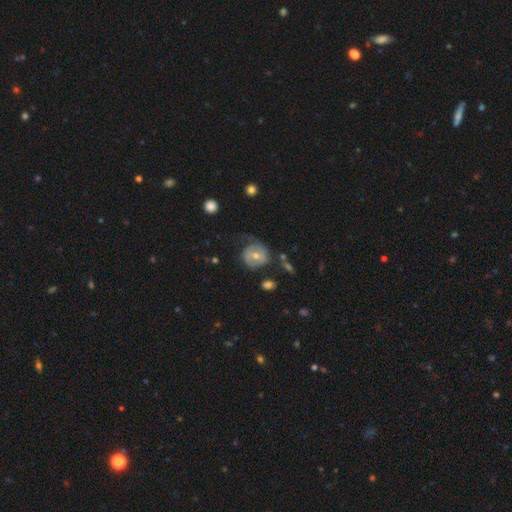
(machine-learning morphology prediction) Smooth or featured? featured or disk (51%)
Edge-on disk? no (96%)
Merging? none (49%)